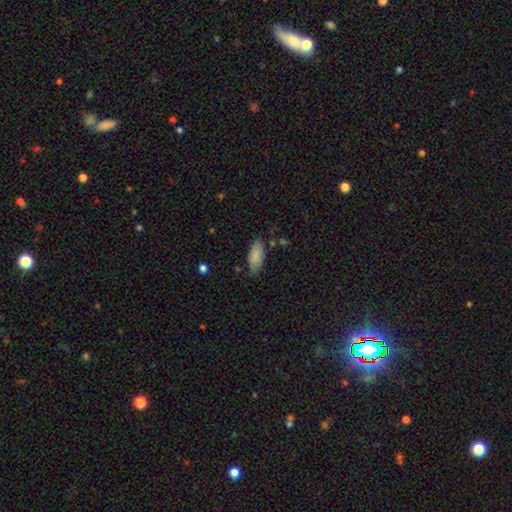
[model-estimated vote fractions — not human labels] Smooth or featured?
  - smooth: 86% *
  - featured or disk: 8%
  - star or artifact: 6%
How rounded?
  - in between: 83% *
  - cigar-shaped: 15%
  - round: 2%
Merging?
  - none: 77% *
  - minor disturbance: 18%
  - major disturbance: 3%
  - merger: 2%